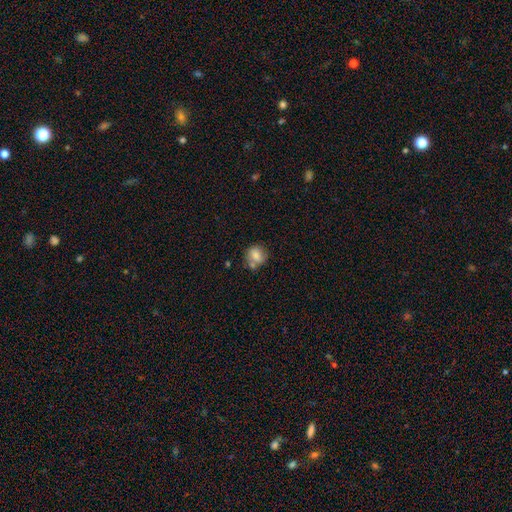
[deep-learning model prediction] Smooth or featured: smooth — 77% (featured or disk — 14%)
How rounded: round — 73% (in between — 26%)
Merging: none — 53% (merger — 21%)